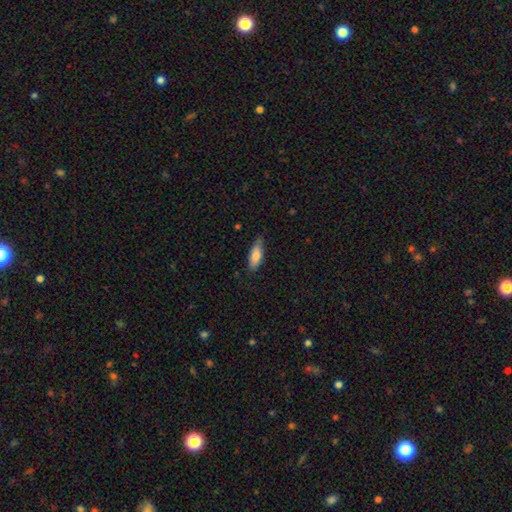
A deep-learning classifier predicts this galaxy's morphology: This is clearly a smooth galaxy (82%). How rounded: likely in between (65%). Merging: likely none (79%).